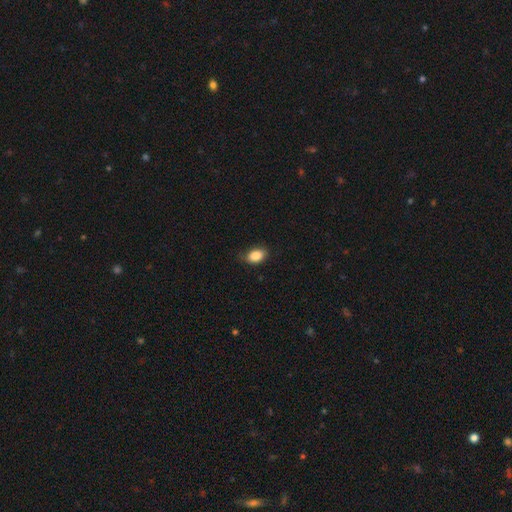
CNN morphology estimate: Overall: smooth (87%). How rounded: in between (85%). Merging: none (77%).